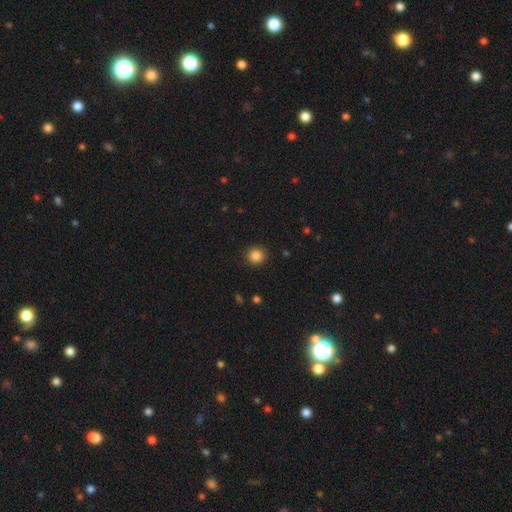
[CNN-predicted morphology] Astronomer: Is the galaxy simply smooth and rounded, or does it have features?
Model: smooth — 86%.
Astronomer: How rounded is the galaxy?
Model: round — 92%.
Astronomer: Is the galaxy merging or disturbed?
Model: none — 91%.